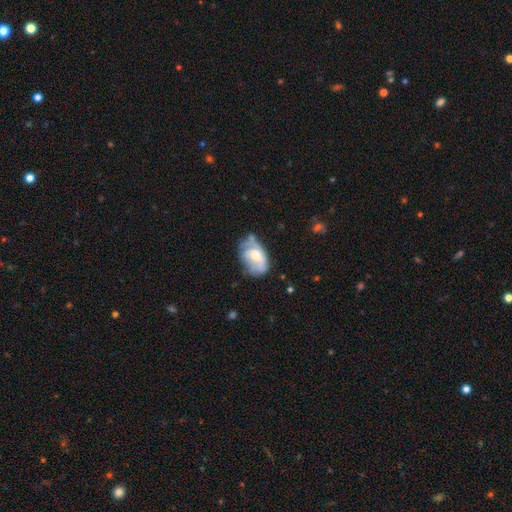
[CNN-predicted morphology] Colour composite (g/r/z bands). It shows a featured or disk galaxy (52%). Merging: none (40%).